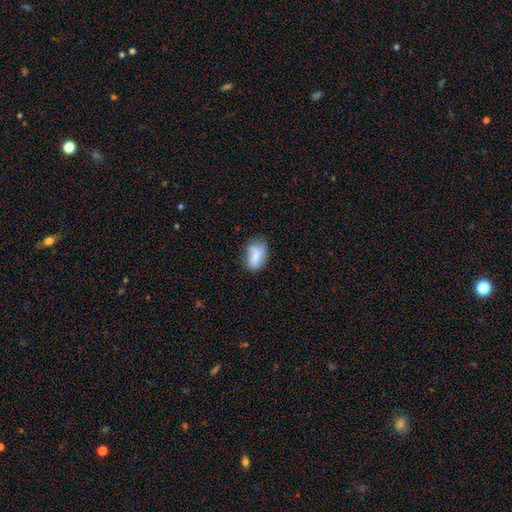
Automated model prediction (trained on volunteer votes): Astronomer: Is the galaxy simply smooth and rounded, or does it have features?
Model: smooth — 71%.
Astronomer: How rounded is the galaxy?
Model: in between — 85%.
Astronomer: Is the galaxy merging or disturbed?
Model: none — 55%.